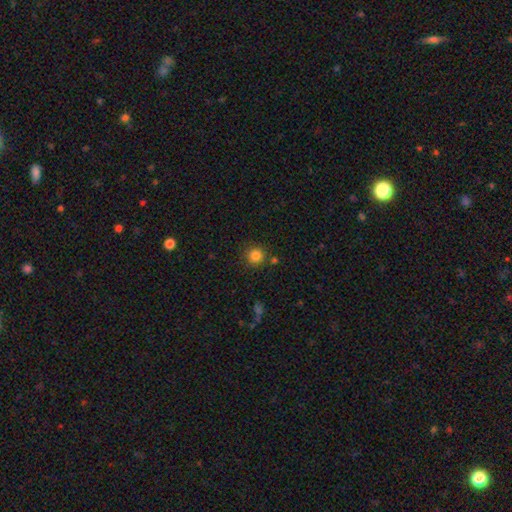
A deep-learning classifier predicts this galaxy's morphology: This appears to be a smooth galaxy with no disk features (83%) that is round (93%). Merging: none (83%).